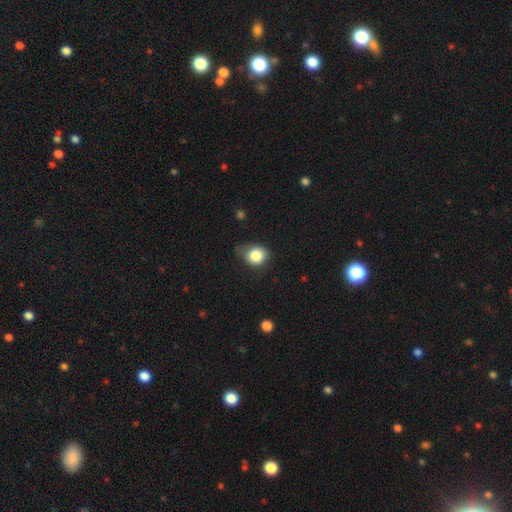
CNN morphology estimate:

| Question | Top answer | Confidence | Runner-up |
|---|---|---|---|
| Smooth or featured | smooth | 83% | star or artifact (10%) |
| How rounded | round | 68% | in between (31%) |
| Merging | none | 56% | minor disturbance (34%) |